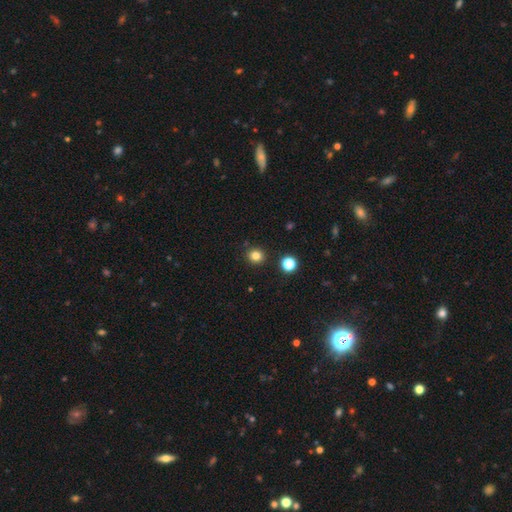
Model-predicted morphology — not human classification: smooth-or-featured: smooth: 82% | star or artifact: 14% | featured or disk: 5%
  how-rounded: round: 89% | in between: 10% | cigar-shaped: 1%
  merging: none: 88% | minor disturbance: 6% | merger: 3% | major disturbance: 2%